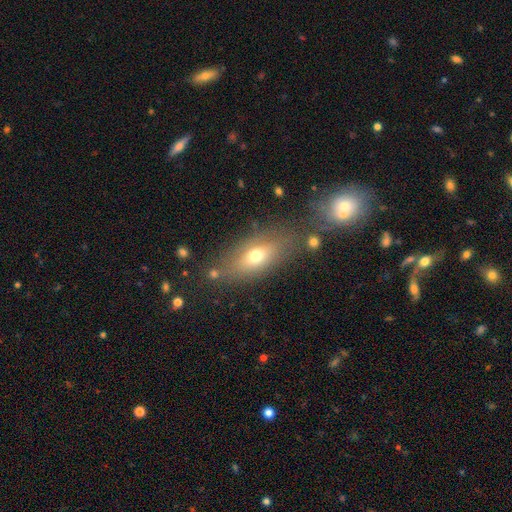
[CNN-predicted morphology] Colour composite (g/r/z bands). It shows a smooth galaxy with no disk features (65%) that is in between round and cigar-shaped (73%). Merging: none (72%).